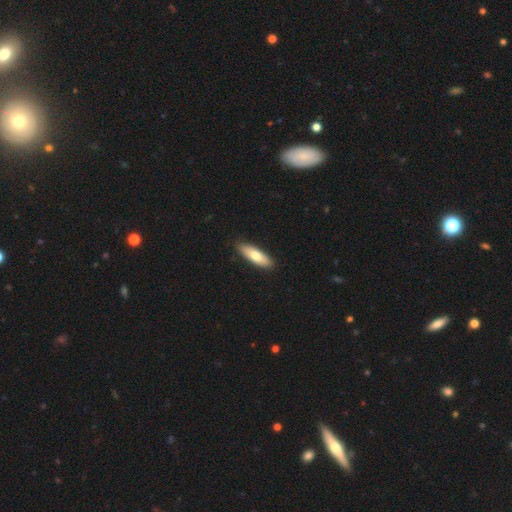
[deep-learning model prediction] Smooth or featured: smooth — 73% (featured or disk — 22%)
How rounded: in between — 50% (cigar-shaped — 48%)
Merging: none — 88% (minor disturbance — 9%)